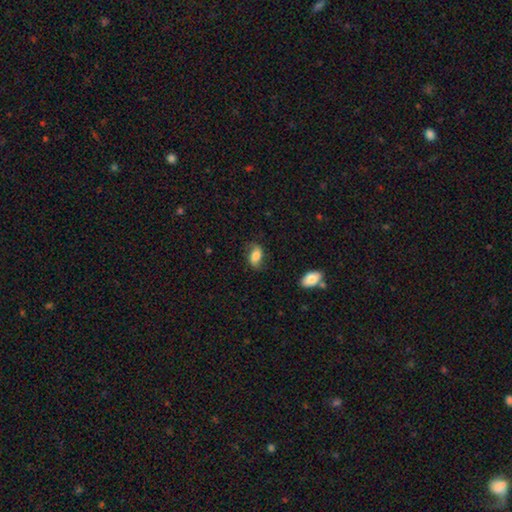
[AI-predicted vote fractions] smooth_or_featured: smooth (p=0.62) [alt: featured or disk p=0.30]
how_rounded: in between (p=0.87) [alt: round p=0.09]
merging: none (p=0.66) [alt: minor disturbance p=0.23]